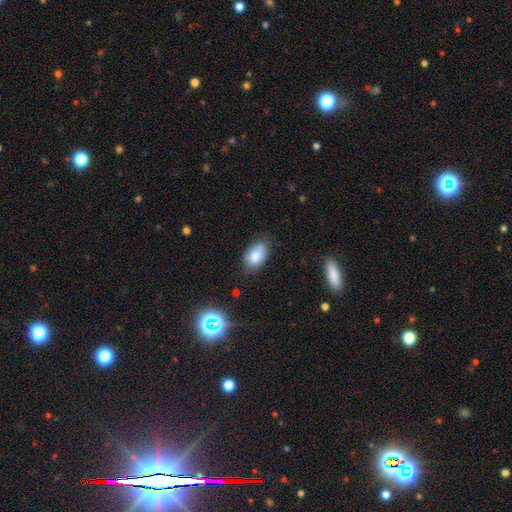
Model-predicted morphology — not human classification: Smooth or featured? smooth (81%)
How rounded? in between (90%)
Merging? none (68%)